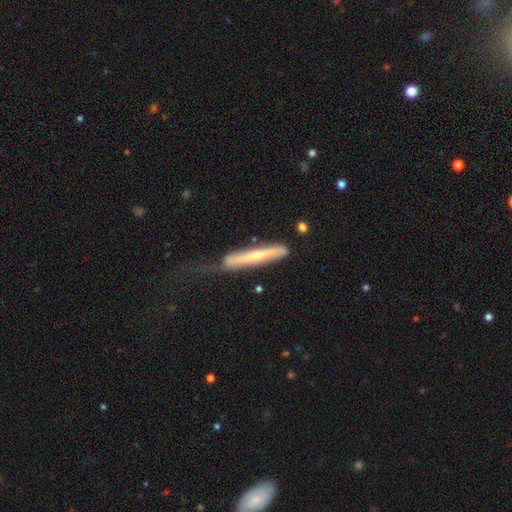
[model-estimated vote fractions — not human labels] featured or disk 52%, smooth 43%, star or artifact 6%. Down the decision tree: edge-on disk — yes (82%); merging — none (45%).